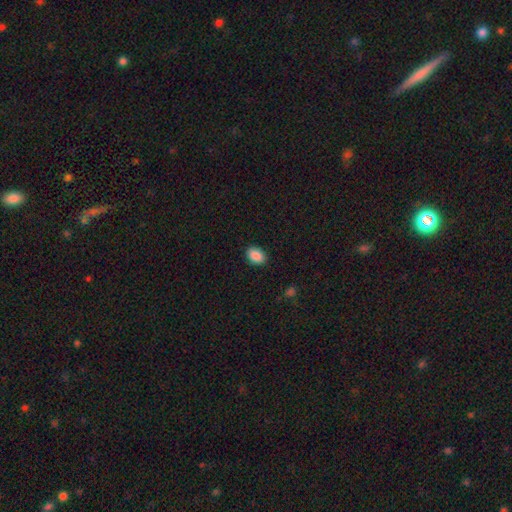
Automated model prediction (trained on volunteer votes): Smooth or featured? smooth (89%)
How rounded? in between (81%)
Merging? none (89%)